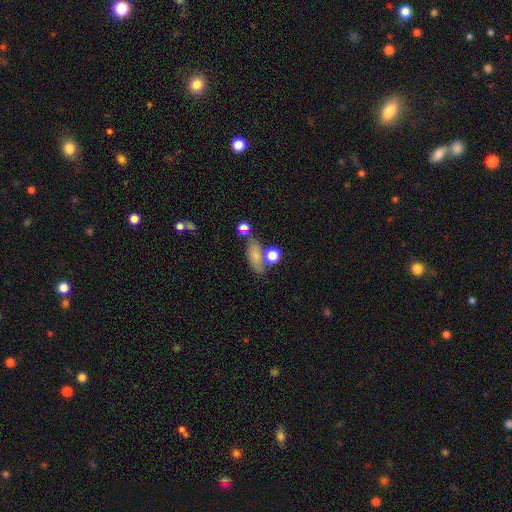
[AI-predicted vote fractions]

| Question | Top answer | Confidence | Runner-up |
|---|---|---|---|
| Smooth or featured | smooth | 73% | featured or disk (16%) |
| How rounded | in between | 64% | cigar-shaped (25%) |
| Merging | none | 58% | minor disturbance (18%) |